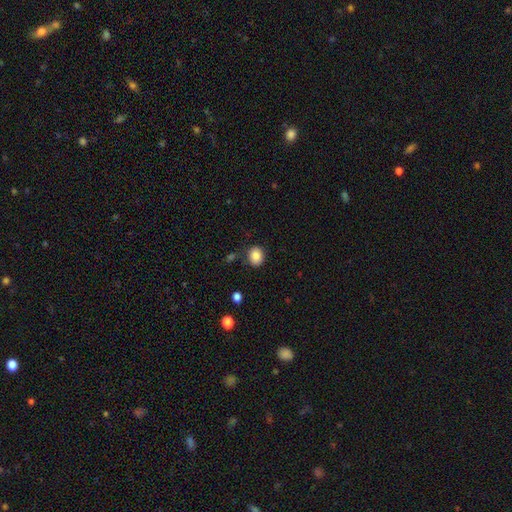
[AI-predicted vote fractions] Smooth or featured: smooth — 86% (star or artifact — 9%)
How rounded: round — 60% (in between — 40%)
Merging: none — 83% (minor disturbance — 10%)